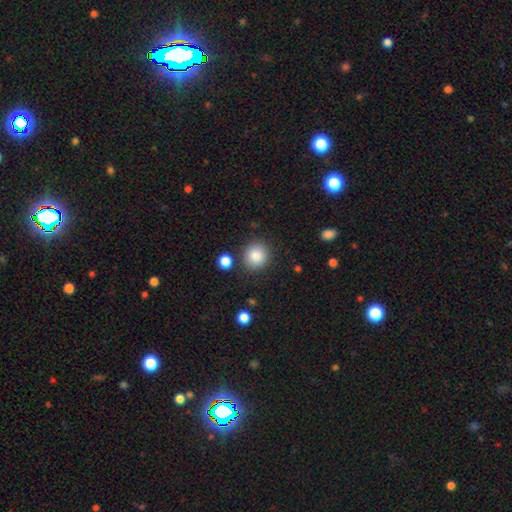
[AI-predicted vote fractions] A smooth galaxy with no disk features (86%) that is round (86%). Merging: none (85%).